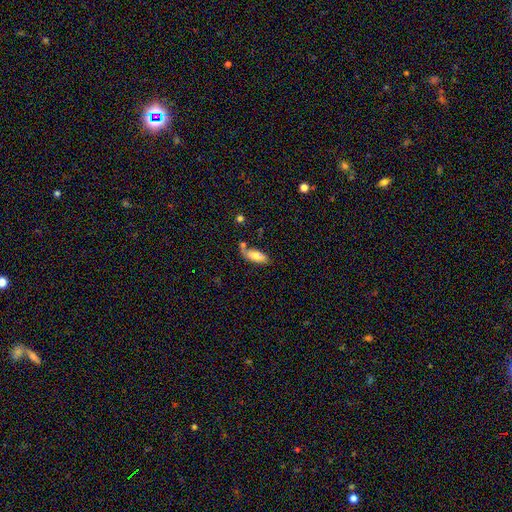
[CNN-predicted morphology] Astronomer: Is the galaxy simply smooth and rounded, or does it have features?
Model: smooth — 68%.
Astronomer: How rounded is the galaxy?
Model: in between — 80%.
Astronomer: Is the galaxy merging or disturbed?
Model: none — 53%.